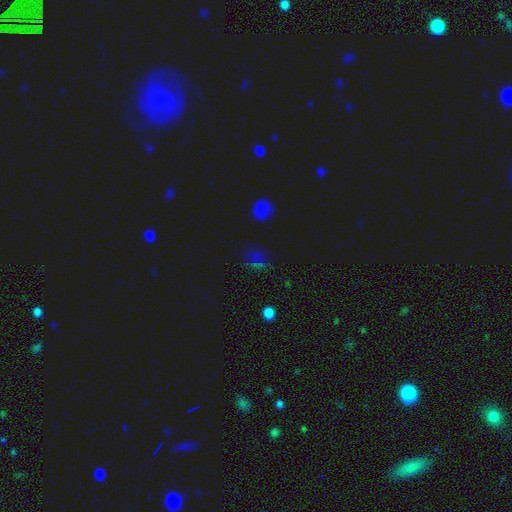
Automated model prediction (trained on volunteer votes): Smooth or featured? Predicted: star or artifact (p=0.56).